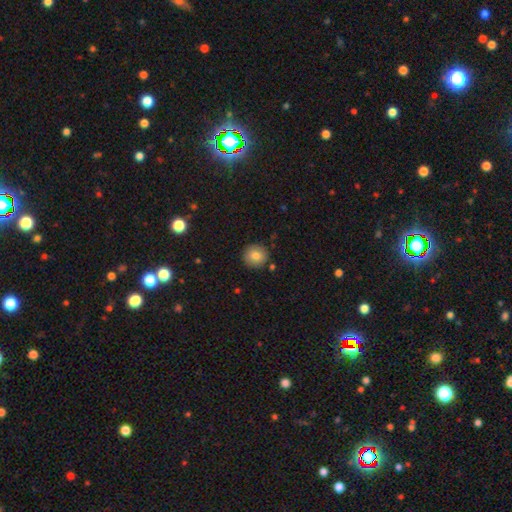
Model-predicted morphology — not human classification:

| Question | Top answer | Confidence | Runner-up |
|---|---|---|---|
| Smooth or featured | smooth | 83% | star or artifact (9%) |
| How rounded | round | 94% | in between (5%) |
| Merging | none | 88% | minor disturbance (8%) |